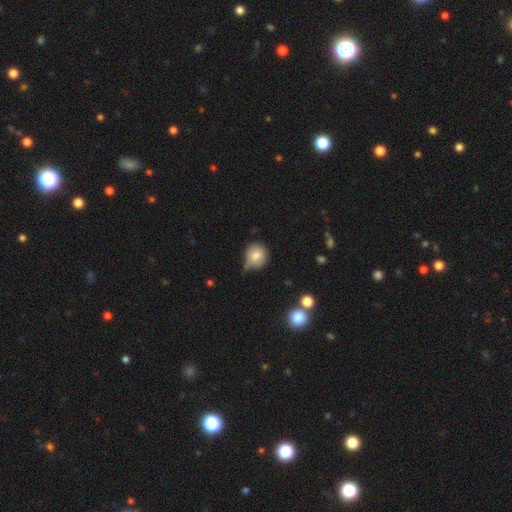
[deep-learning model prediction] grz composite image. It shows a smooth galaxy with no disk features (80%) that is round (83%). Merging: none (48%).